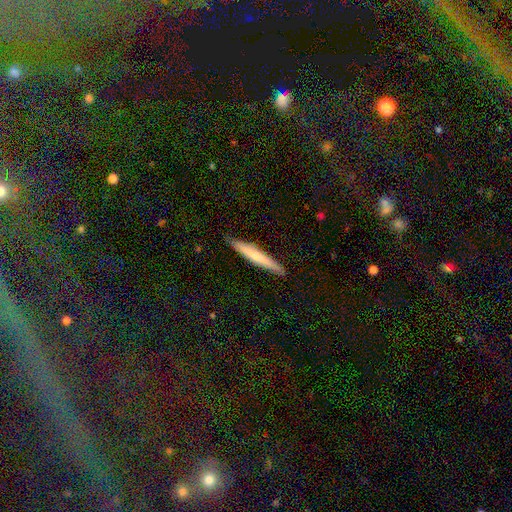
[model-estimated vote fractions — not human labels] Smooth or featured? smooth (65%)
How rounded? cigar-shaped (95%)
Merging? none (88%)